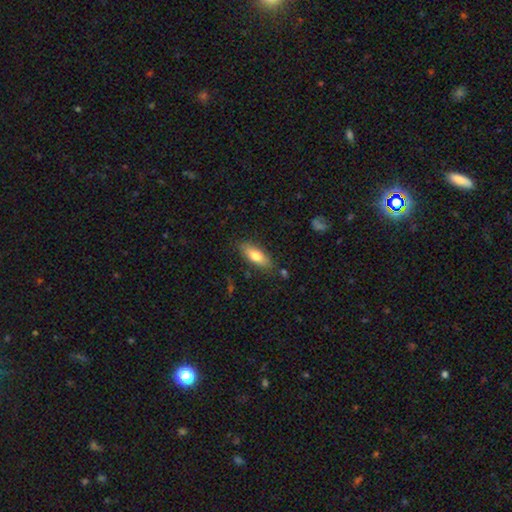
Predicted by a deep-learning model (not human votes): Q: Smooth or featured?
A: smooth (74%); runner-up: featured or disk (19%)
Q: How rounded?
A: in between (72%); runner-up: cigar-shaped (25%)
Q: Merging?
A: none (82%); runner-up: minor disturbance (13%)